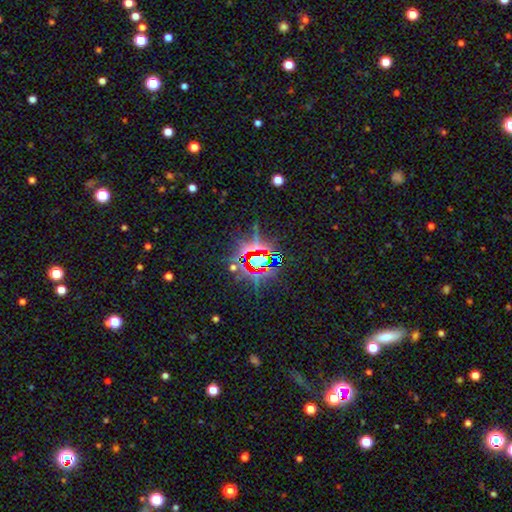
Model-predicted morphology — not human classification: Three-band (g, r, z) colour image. It shows a star or artifact, not a galaxy (80%).